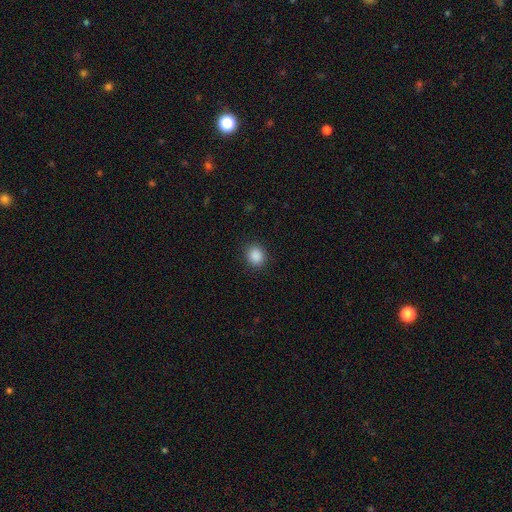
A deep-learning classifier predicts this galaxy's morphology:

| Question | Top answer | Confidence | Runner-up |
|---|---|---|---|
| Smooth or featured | smooth | 88% | star or artifact (9%) |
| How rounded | round | 79% | in between (20%) |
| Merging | none | 90% | minor disturbance (7%) |